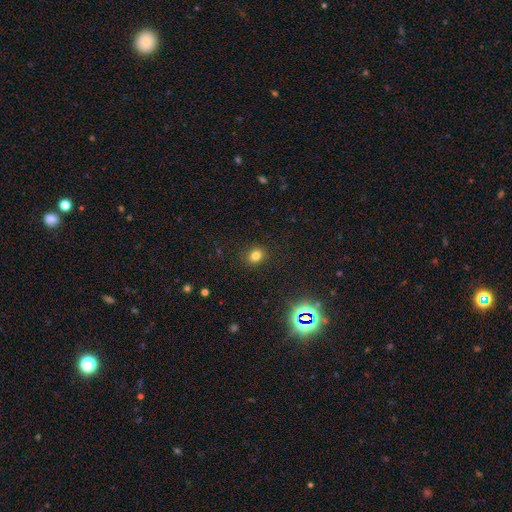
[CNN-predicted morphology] Smooth or featured: smooth — 78% (star or artifact — 16%)
How rounded: round — 60% (in between — 39%)
Merging: none — 88% (minor disturbance — 8%)